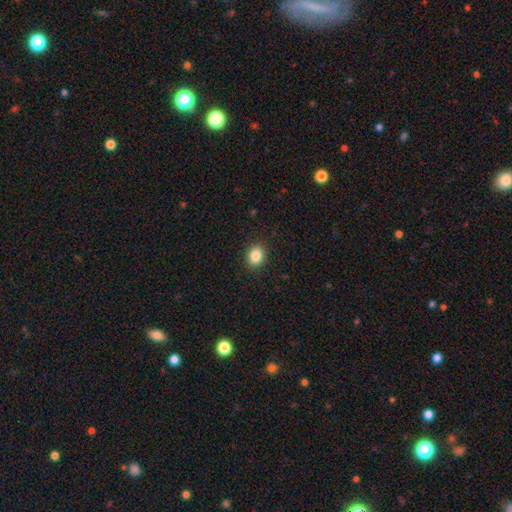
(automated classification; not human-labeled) This appears to be a smooth galaxy with no disk features (86%) that is in between round and cigar-shaped (50%). Merging: none (90%).